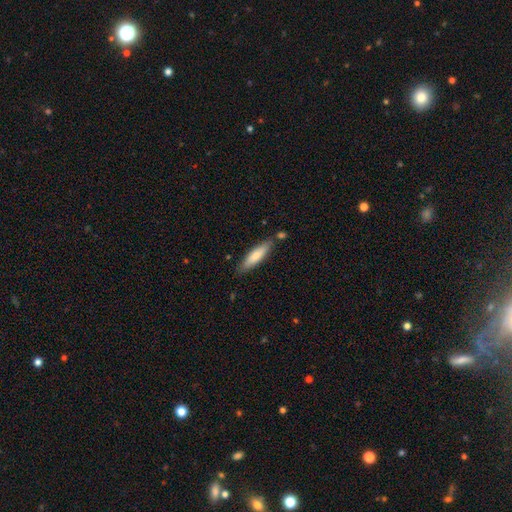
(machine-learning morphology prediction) smooth 73%, featured or disk 21%, star or artifact 5%. Down the decision tree: how rounded — cigar-shaped (73%); merging — none (79%).